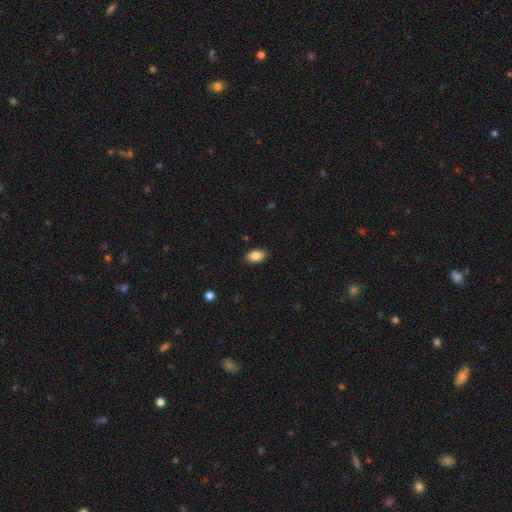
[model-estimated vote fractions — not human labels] smooth-or-featured: smooth: 86% | star or artifact: 8% | featured or disk: 6%
  how-rounded: in between: 89% | round: 9% | cigar-shaped: 1%
  merging: none: 88% | minor disturbance: 9% | major disturbance: 2% | merger: 1%